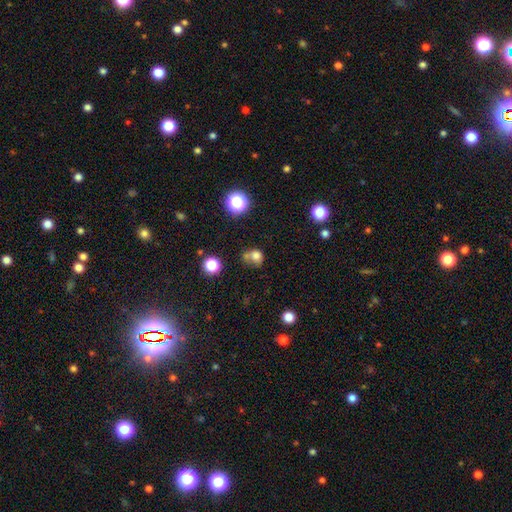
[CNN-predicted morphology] smooth-or-featured: smooth: 74% | star or artifact: 16% | featured or disk: 10%
  how-rounded: round: 71% | in between: 28% | cigar-shaped: 1%
  merging: none: 40% | merger: 34% | minor disturbance: 16% | major disturbance: 9%